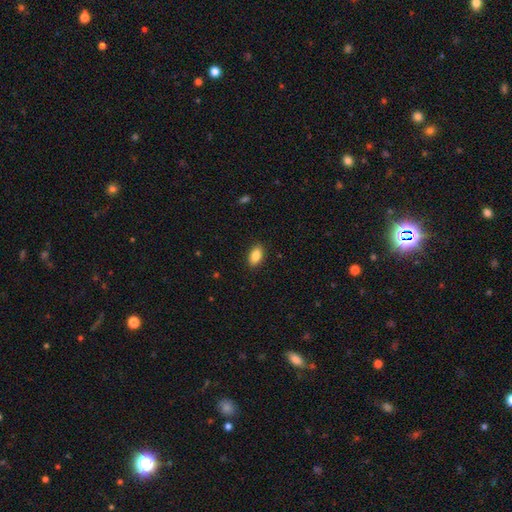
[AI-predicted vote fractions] Smooth or featured? smooth (87%)
How rounded? in between (91%)
Merging? none (89%)